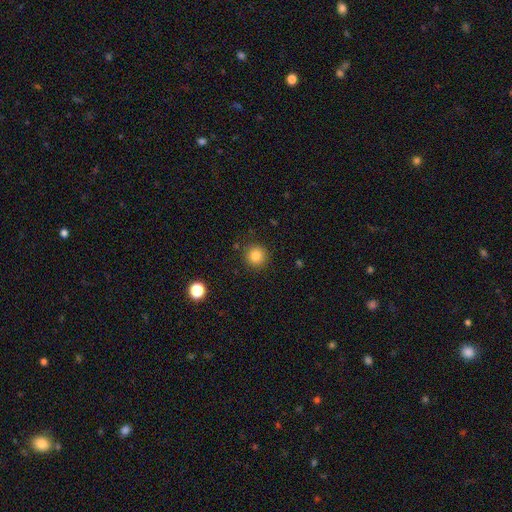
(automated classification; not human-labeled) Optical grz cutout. It shows a smooth galaxy with no disk features (83%) that is round (94%). Merging: none (89%).